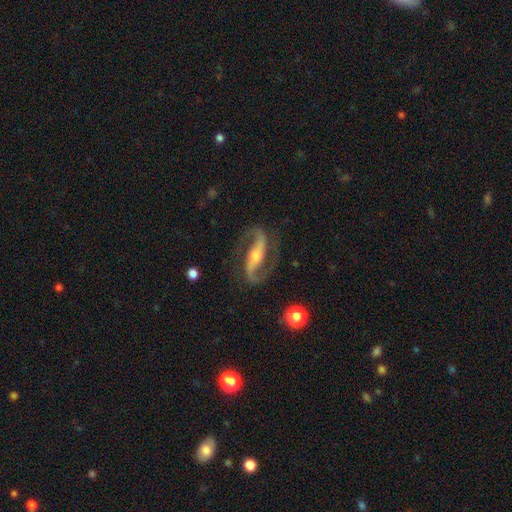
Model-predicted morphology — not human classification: smooth_or_featured: featured or disk (p=0.91) [alt: smooth p=0.04]
disk_edge_on: no (p=0.94) [alt: yes p=0.06]
bar: strong (p=0.56) [alt: weak p=0.24]
has_spiral_arms: yes (p=0.97) [alt: no p=0.03]
spiral_winding: medium (p=0.47) [alt: loose p=0.39]
spiral_arm_count: 2 (p=0.94) [alt: 1 p=0.02]
bulge_size: small (p=0.45) [tied with: moderate p=0.45]
merging: none (p=0.80) [alt: minor disturbance p=0.12]